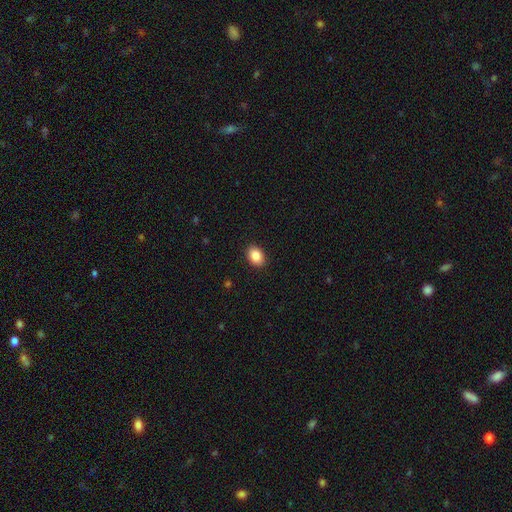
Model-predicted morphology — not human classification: Smooth or featured?
  - smooth: 87% *
  - star or artifact: 8%
  - featured or disk: 5%
How rounded?
  - in between: 75% *
  - round: 24%
  - cigar-shaped: 1%
Merging?
  - none: 90% *
  - minor disturbance: 7%
  - major disturbance: 2%
  - merger: 1%